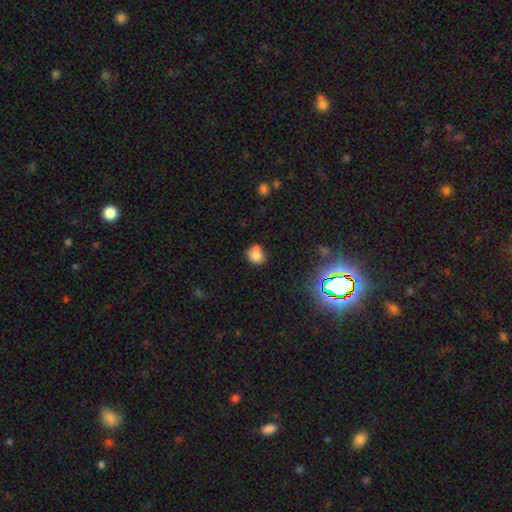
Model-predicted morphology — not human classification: Q: Smooth or featured?
A: smooth (76%); runner-up: star or artifact (13%)
Q: How rounded?
A: round (66%); runner-up: in between (33%)
Q: Merging?
A: none (47%); runner-up: merger (31%)